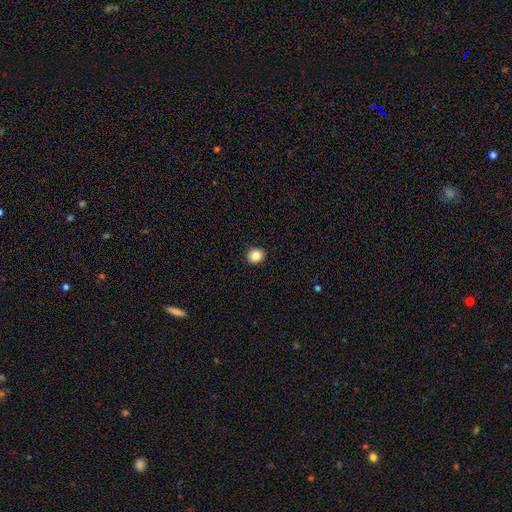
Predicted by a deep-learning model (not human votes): Smooth or featured?
  - smooth: 85% *
  - star or artifact: 10%
  - featured or disk: 5%
How rounded?
  - round: 80% *
  - in between: 20%
  - cigar-shaped: 1%
Merging?
  - none: 90% *
  - minor disturbance: 7%
  - major disturbance: 2%
  - merger: 1%